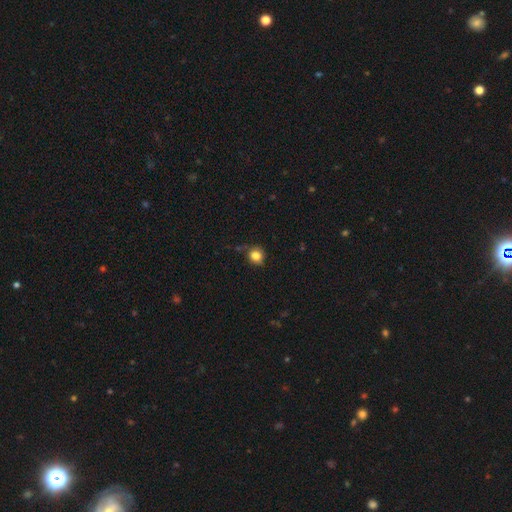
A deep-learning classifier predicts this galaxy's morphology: Smooth or featured?
  - smooth: 82% *
  - star or artifact: 11%
  - featured or disk: 6%
How rounded?
  - round: 82% *
  - in between: 17%
  - cigar-shaped: 1%
Merging?
  - none: 73% *
  - minor disturbance: 19%
  - major disturbance: 5%
  - merger: 3%